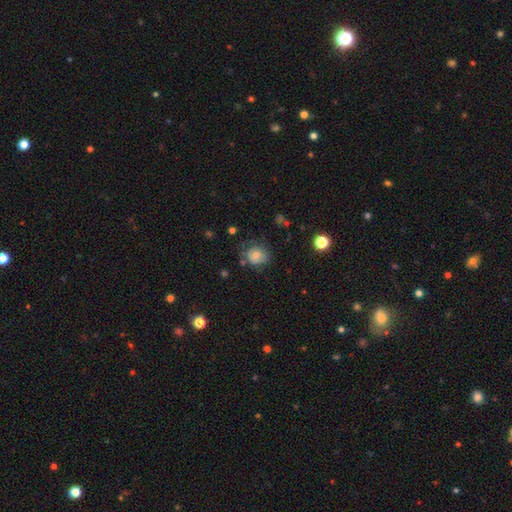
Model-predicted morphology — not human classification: A smooth galaxy with no disk features (65%) that is round (76%). Merging: none (58%).